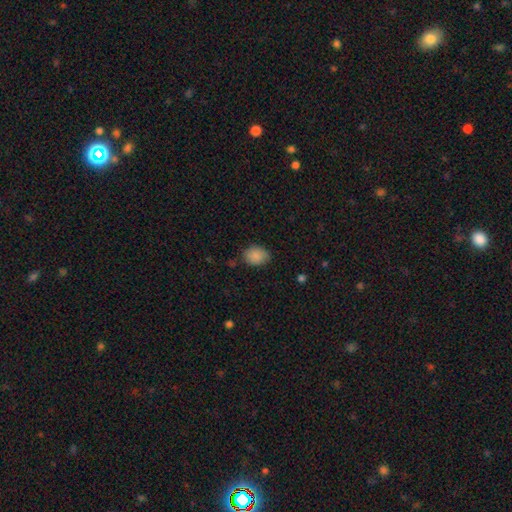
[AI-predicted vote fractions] smooth_or_featured: smooth (p=0.87) [alt: star or artifact p=0.08]
how_rounded: in between (p=0.64) [alt: round p=0.35]
merging: none (p=0.75) [alt: minor disturbance p=0.20]